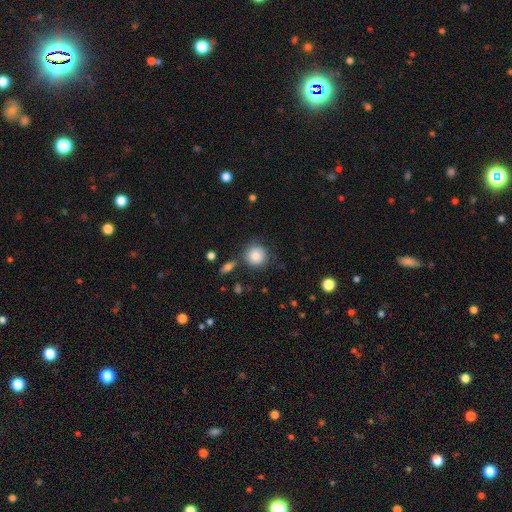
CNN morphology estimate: The model was most divided on "merging": none: 76%, minor disturbance: 14%, merger: 6%, major disturbance: 4%. More confident: how rounded — round (91%); smooth or featured — smooth (86%).